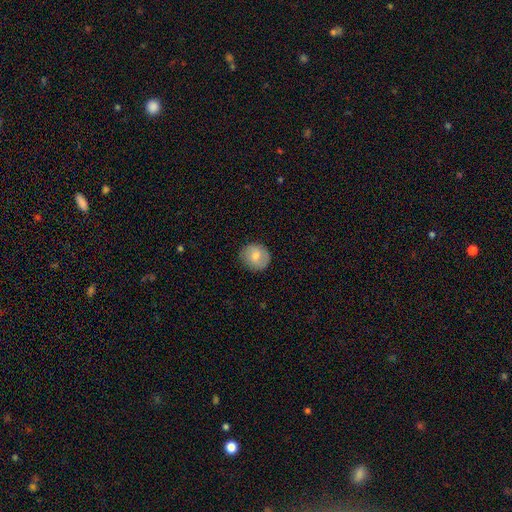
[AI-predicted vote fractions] smooth-or-featured: smooth: 71% | featured or disk: 22% | star or artifact: 7%
  how-rounded: round: 81% | in between: 18% | cigar-shaped: 1%
  merging: none: 85% | minor disturbance: 12% | major disturbance: 3% | merger: 1%